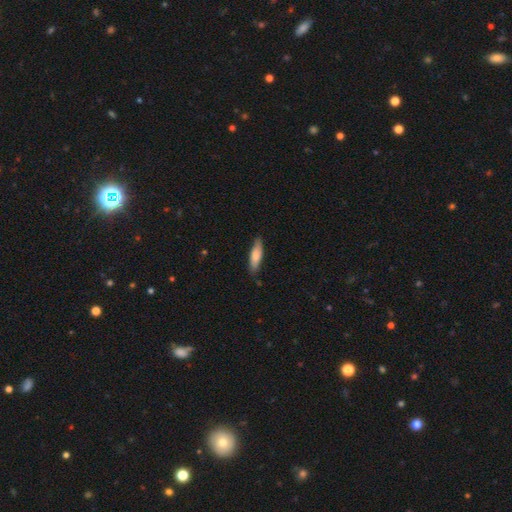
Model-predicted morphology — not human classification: Q: Smooth or featured?
A: smooth (78%); runner-up: featured or disk (17%)
Q: How rounded?
A: cigar-shaped (59%); runner-up: in between (39%)
Q: Merging?
A: none (82%); runner-up: minor disturbance (15%)